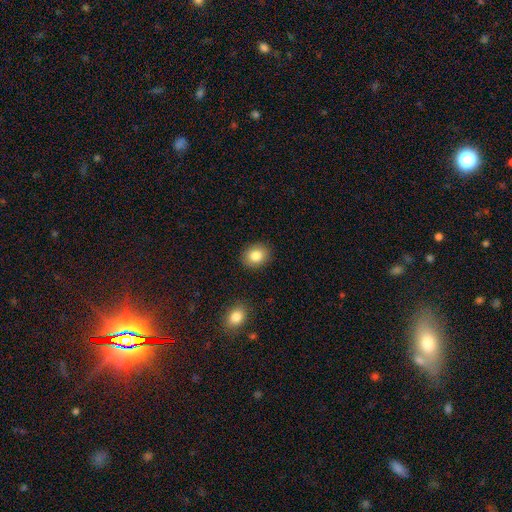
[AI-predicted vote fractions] Q: Smooth or featured?
A: smooth (84%); runner-up: star or artifact (9%)
Q: How rounded?
A: round (54%); runner-up: in between (45%)
Q: Merging?
A: none (89%); runner-up: minor disturbance (8%)